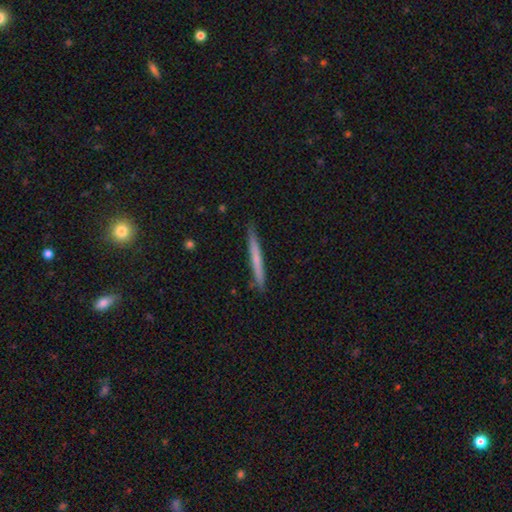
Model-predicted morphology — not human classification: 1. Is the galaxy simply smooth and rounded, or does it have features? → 61% smooth, 33% featured or disk, 5% star or artifact.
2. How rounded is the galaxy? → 97% cigar-shaped, 2% in between, 1% round.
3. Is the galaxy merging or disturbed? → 89% none, 9% minor disturbance, 1% major disturbance, 1% merger.